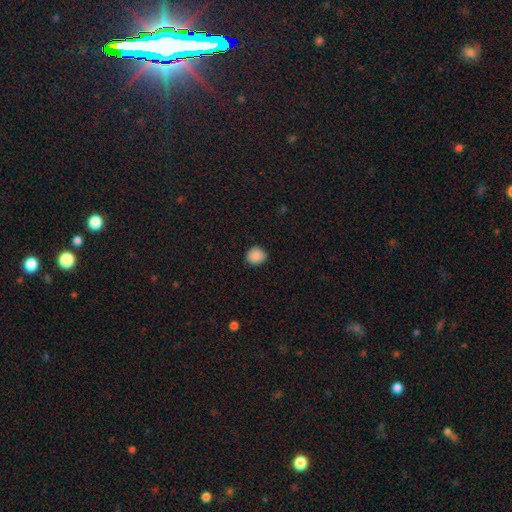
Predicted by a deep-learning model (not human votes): A smooth galaxy with no disk features (89%) that is round (80%). Merging: none (86%).